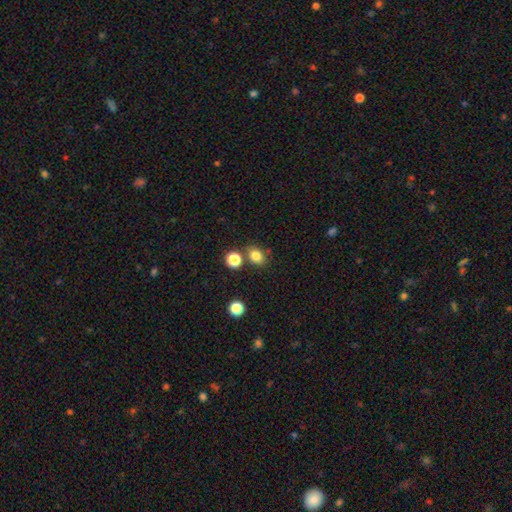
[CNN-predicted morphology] smooth 81%, star or artifact 13%, featured or disk 7%. Down the decision tree: how rounded — in between (53%); merging — none (72%).